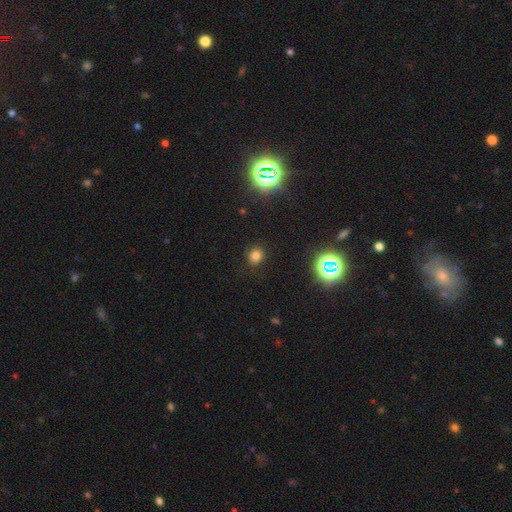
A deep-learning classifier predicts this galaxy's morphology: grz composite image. It shows a smooth galaxy with no disk features (74%) that is round (77%). Merging: none (86%).